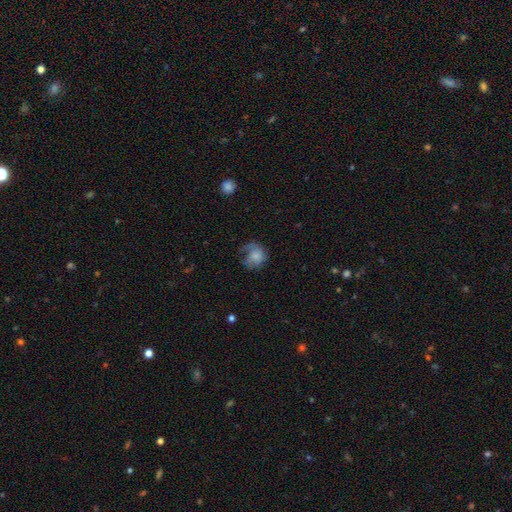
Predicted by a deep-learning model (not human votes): Overall: smooth (66%). How rounded: round (65%; in between 34%). Merging: none (36%; major disturbance 34%).